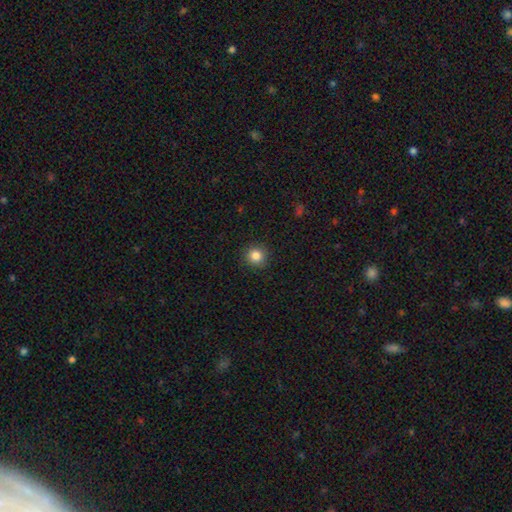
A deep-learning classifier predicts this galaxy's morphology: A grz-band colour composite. It shows a smooth galaxy with no disk features (85%) that is round (93%). Merging: none (90%).